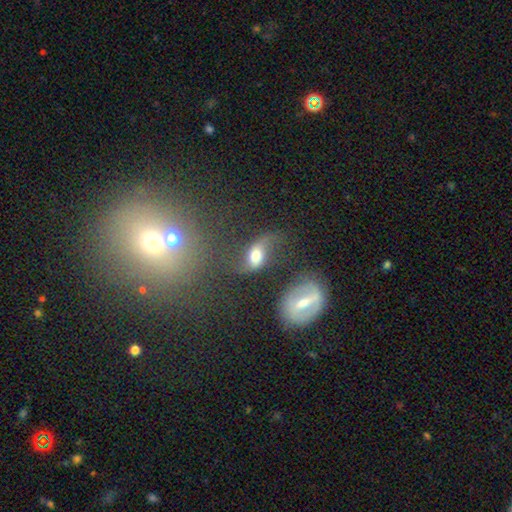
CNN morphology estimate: This is possibly a featured or disk galaxy (47%). Merging: marginally none (40%).